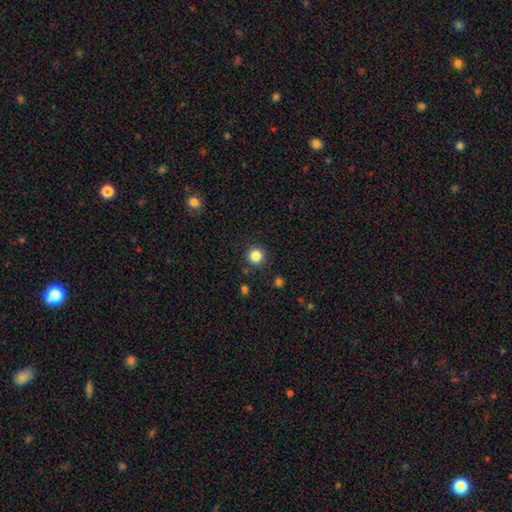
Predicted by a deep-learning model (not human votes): smooth 85%, star or artifact 11%, featured or disk 4%. Down the decision tree: how rounded — round (95%); merging — none (90%).